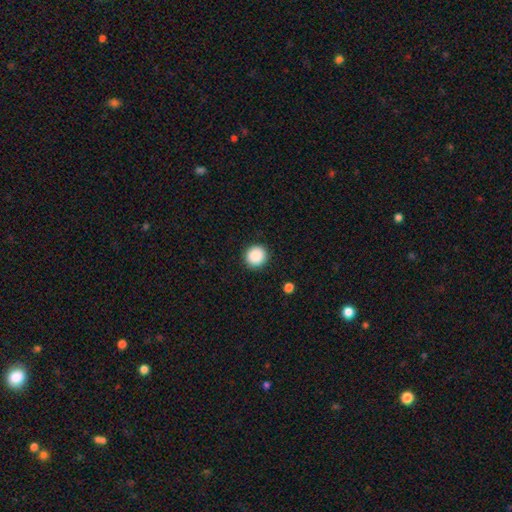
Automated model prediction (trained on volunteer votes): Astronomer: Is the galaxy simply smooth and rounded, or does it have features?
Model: smooth — 89%.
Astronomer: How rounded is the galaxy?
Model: round — 95%.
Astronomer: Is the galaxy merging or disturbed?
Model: none — 91%.